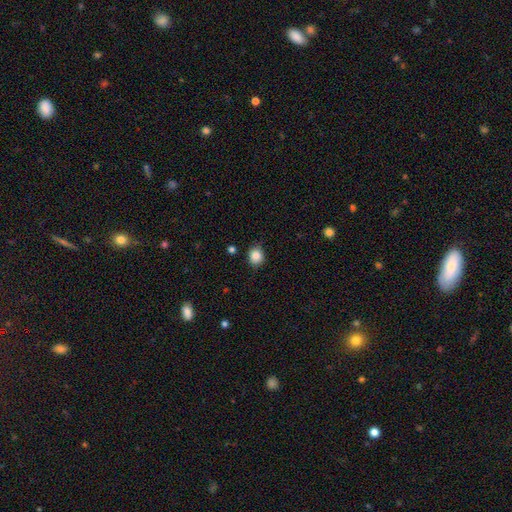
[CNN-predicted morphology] This is clearly a smooth galaxy (85%). How rounded: likely round (71%). Merging: clearly none (83%).